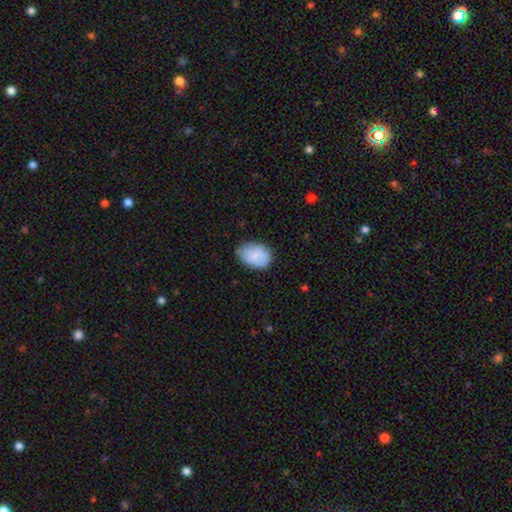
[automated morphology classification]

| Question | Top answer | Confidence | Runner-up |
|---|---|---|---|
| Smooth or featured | smooth | 78% | featured or disk (16%) |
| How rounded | in between | 76% | round (22%) |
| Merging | none | 66% | minor disturbance (27%) |